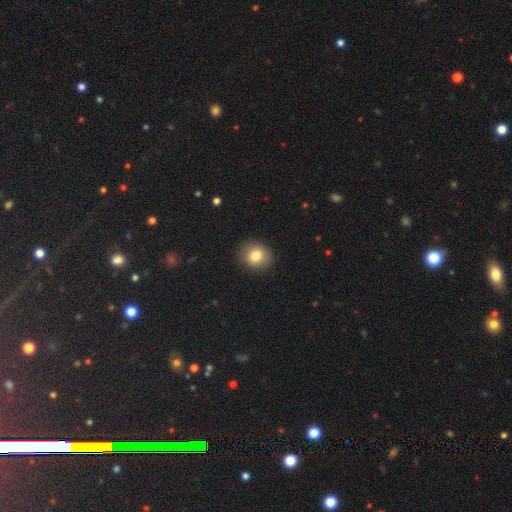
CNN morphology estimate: The model was most divided on "how rounded": round: 76%, in between: 23%, cigar-shaped: 1%. More confident: merging — none (88%); smooth or featured — smooth (81%).